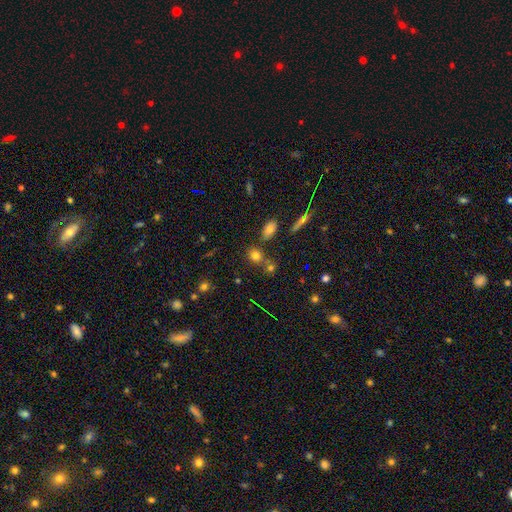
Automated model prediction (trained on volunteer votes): smooth-or-featured: smooth: 74% | star or artifact: 17% | featured or disk: 9%
  how-rounded: round: 74% | in between: 23% | cigar-shaped: 2%
  merging: none: 65% | merger: 20% | minor disturbance: 11% | major disturbance: 4%